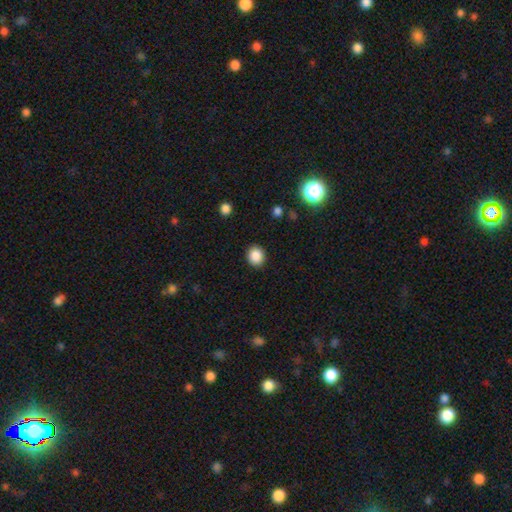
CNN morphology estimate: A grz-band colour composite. It shows a smooth galaxy with no disk features (87%) that is round (77%). Merging: none (90%).